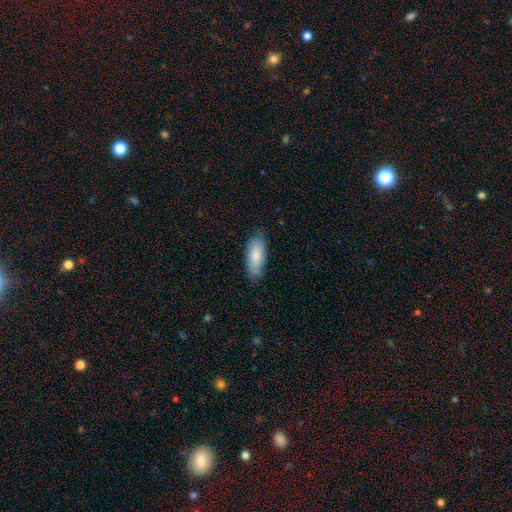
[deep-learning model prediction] Smooth or featured? smooth (81%)
How rounded? in between (77%)
Merging? none (77%)